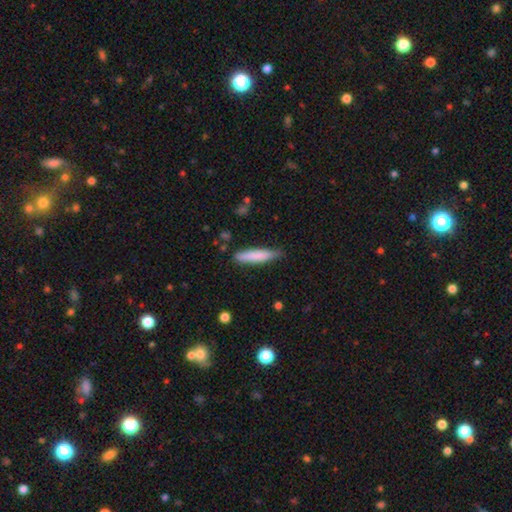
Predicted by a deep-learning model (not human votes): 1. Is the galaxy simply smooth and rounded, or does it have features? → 79% smooth, 15% featured or disk, 6% star or artifact.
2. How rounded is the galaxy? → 85% cigar-shaped, 14% in between, 1% round.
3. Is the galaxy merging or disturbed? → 77% none, 18% minor disturbance, 3% major disturbance, 2% merger.